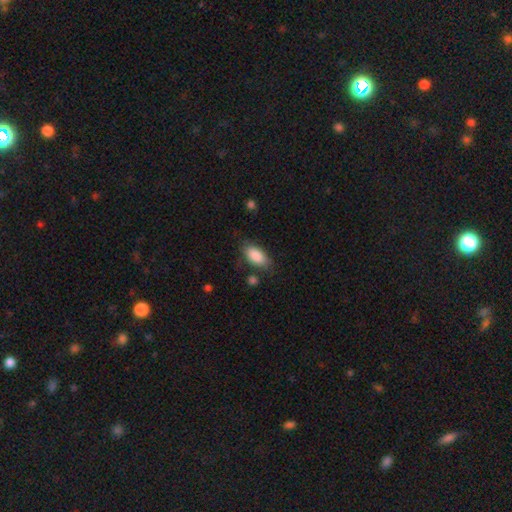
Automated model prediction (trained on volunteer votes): The model was most divided on "merging": none: 72%, minor disturbance: 19%, major disturbance: 6%, merger: 4%. More confident: how rounded — in between (92%); smooth or featured — smooth (87%).